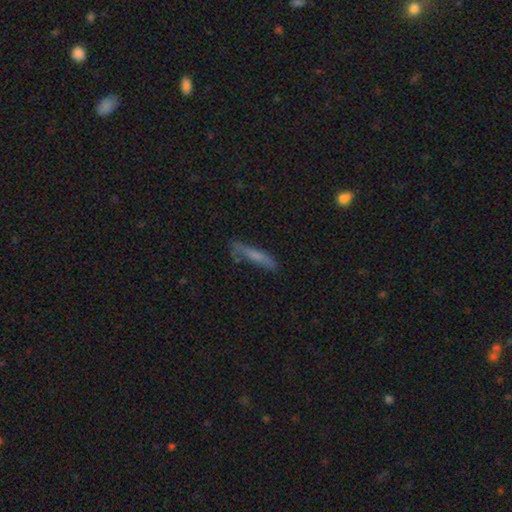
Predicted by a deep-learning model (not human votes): smooth_or_featured: smooth (p=0.60) [alt: featured or disk p=0.30]
how_rounded: cigar-shaped (p=0.89) [alt: in between p=0.09]
merging: none (p=0.69) [alt: minor disturbance p=0.21]